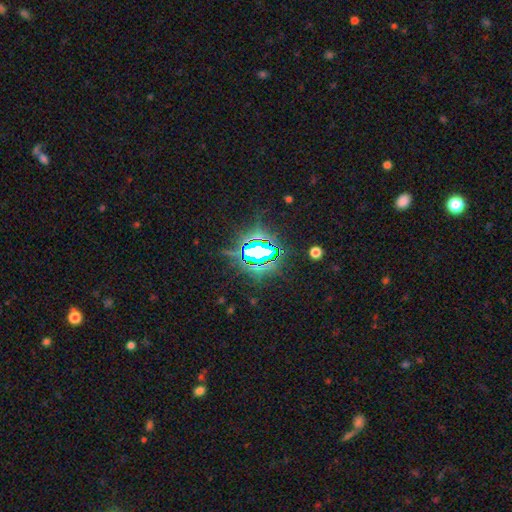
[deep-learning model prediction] This appears to be a star or artifact, not a galaxy (77%).